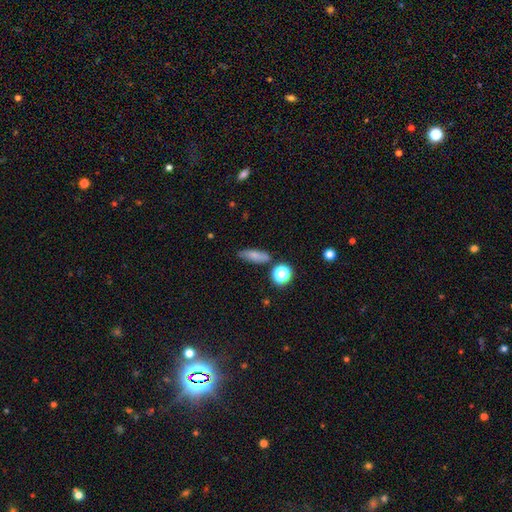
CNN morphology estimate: The model was most divided on "how rounded": in between: 50%, cigar-shaped: 41%, round: 9%. More confident: merging — none (77%); smooth or featured — smooth (76%).